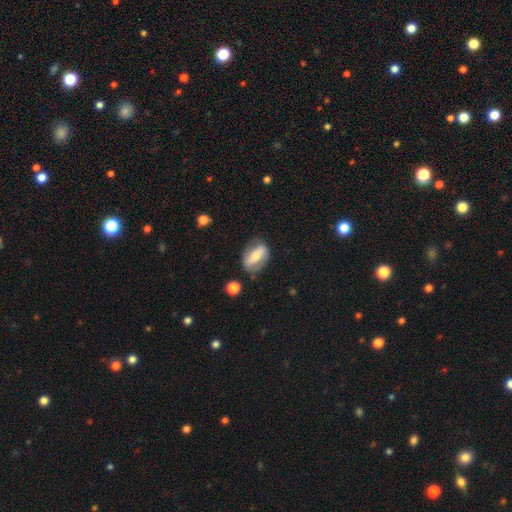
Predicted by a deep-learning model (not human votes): The model was most divided on "smooth or featured": featured or disk: 52%, smooth: 41%, star or artifact: 6%. More confident: edge-on disk — no (84%); merging — none (72%).